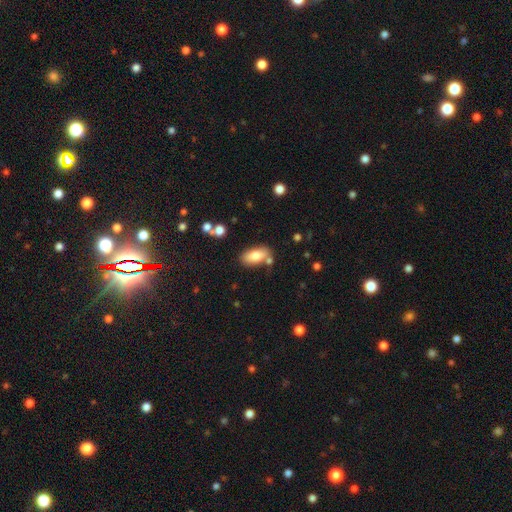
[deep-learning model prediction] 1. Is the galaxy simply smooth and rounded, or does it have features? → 78% smooth, 15% featured or disk, 7% star or artifact.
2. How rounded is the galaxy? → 89% in between, 8% cigar-shaped, 3% round.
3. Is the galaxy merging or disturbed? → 71% none, 14% minor disturbance, 11% merger, 4% major disturbance.